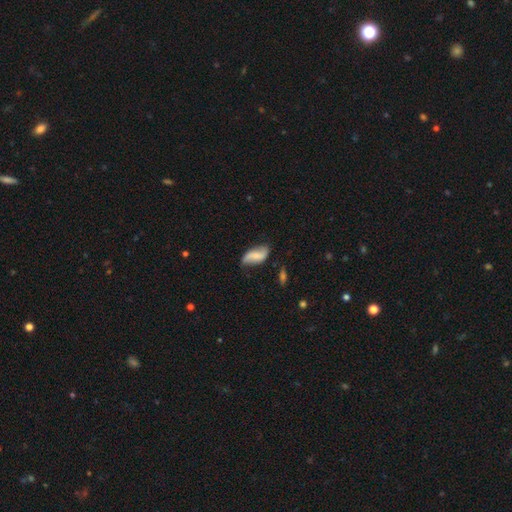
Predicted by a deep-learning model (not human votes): smooth_or_featured: smooth (p=0.51) [alt: featured or disk p=0.41]
how_rounded: in between (p=0.88) [alt: cigar-shaped p=0.08]
merging: none (p=0.63) [alt: minor disturbance p=0.28]